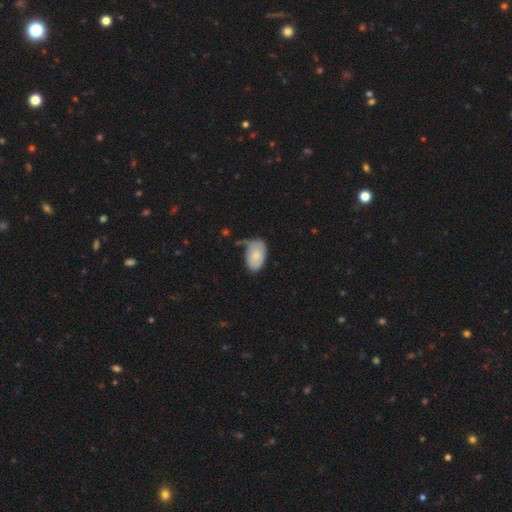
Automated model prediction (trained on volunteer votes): Smooth or featured: smooth — 79% (featured or disk — 15%)
How rounded: in between — 93% (round — 5%)
Merging: none — 48% (minor disturbance — 33%)